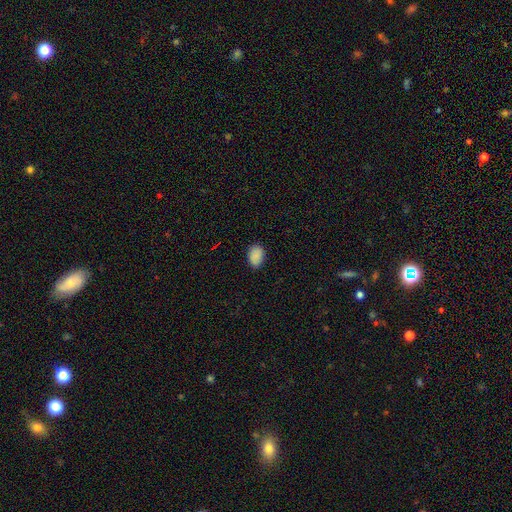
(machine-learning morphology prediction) A smooth galaxy with no disk features (88%) that is in between round and cigar-shaped (82%). Merging: none (82%).